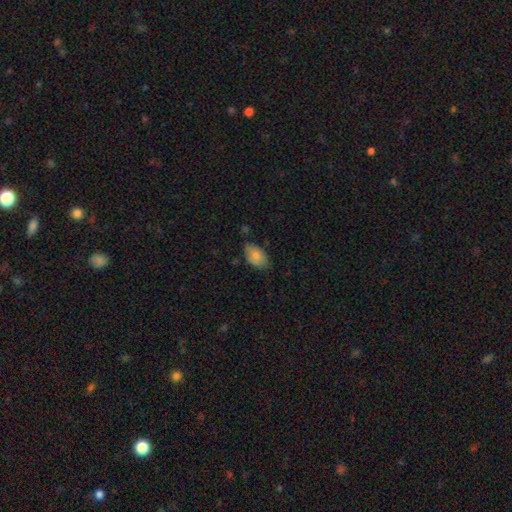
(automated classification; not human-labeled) smooth-or-featured: smooth: 75% | featured or disk: 18% | star or artifact: 7%
  how-rounded: in between: 91% | round: 7% | cigar-shaped: 2%
  merging: none: 70% | minor disturbance: 24% | major disturbance: 3% | merger: 2%